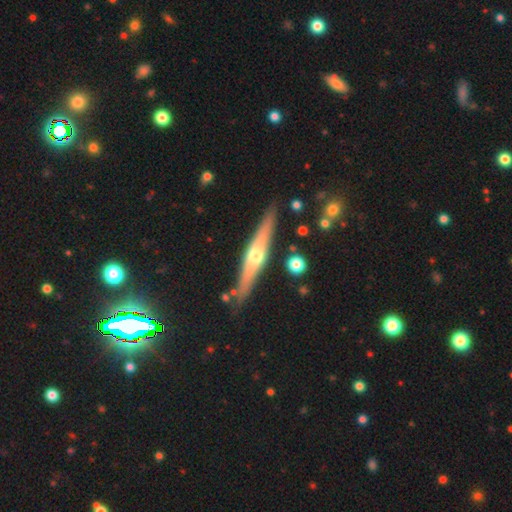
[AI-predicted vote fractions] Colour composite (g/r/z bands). It shows a featured or disk galaxy (66%) viewed edge-on (95%) with a rounded central bulge (89%). Merging: none (85%).